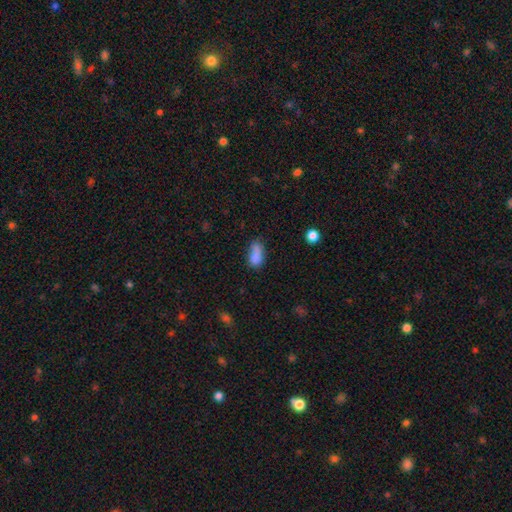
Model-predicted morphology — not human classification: smooth-or-featured: smooth: 78% | featured or disk: 11% | star or artifact: 10%
  how-rounded: in between: 82% | cigar-shaped: 9% | round: 9%
  merging: none: 38% | minor disturbance: 28% | merger: 21% | major disturbance: 13%